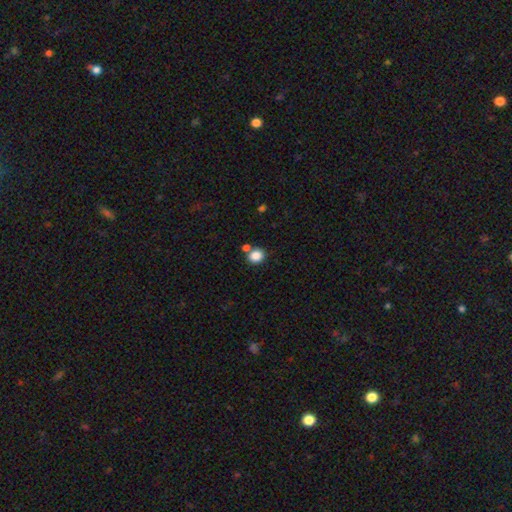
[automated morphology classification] Smooth or featured?
  - smooth: 85% *
  - star or artifact: 10%
  - featured or disk: 5%
How rounded?
  - round: 73% *
  - in between: 26%
  - cigar-shaped: 1%
Merging?
  - none: 69% *
  - merger: 18%
  - minor disturbance: 10%
  - major disturbance: 3%